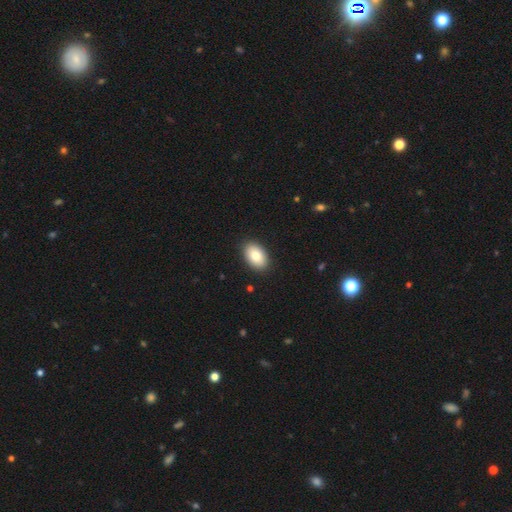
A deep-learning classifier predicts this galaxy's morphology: Smooth or featured? smooth (85%)
How rounded? in between (91%)
Merging? none (90%)